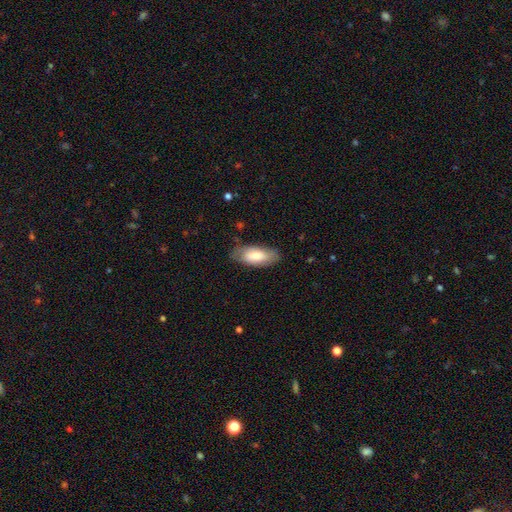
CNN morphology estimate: Overall: smooth (73%). How rounded: in between (87%). Merging: none (78%).